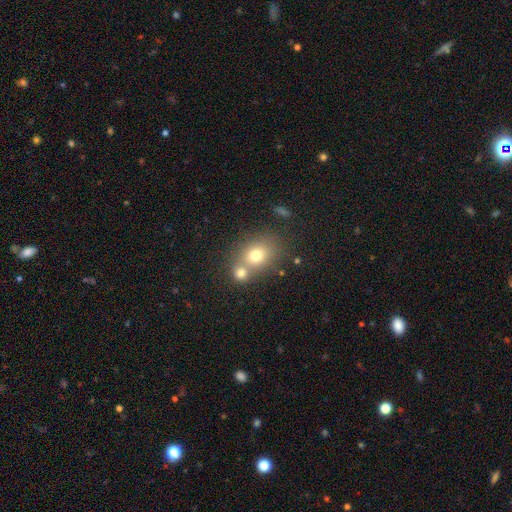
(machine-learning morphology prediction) Smooth or featured? Predicted: smooth (p=0.72). How rounded? Predicted: round (p=0.55). Merging? Predicted: none (p=0.45).